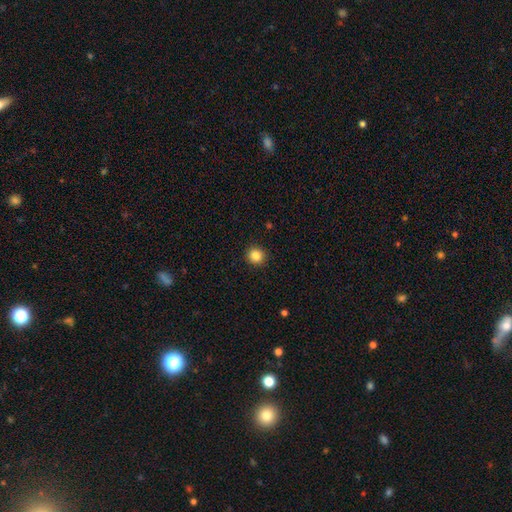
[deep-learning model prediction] smooth-or-featured: smooth: 85% | star or artifact: 11% | featured or disk: 4%
  how-rounded: round: 92% | in between: 7% | cigar-shaped: 1%
  merging: none: 92% | minor disturbance: 5% | major disturbance: 2% | merger: 1%